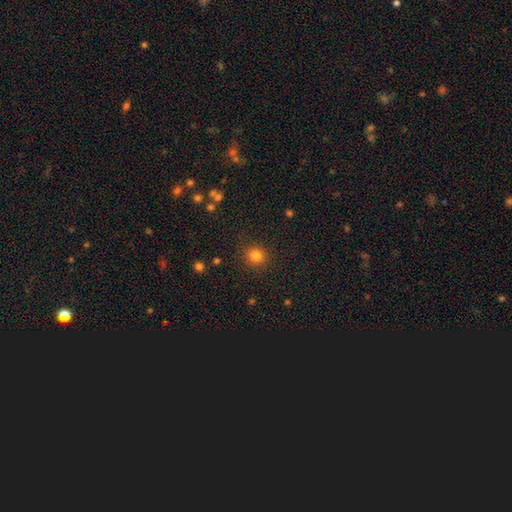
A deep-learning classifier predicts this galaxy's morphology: smooth-or-featured: smooth: 82% | star or artifact: 13% | featured or disk: 5%
  how-rounded: round: 89% | in between: 10% | cigar-shaped: 1%
  merging: none: 89% | minor disturbance: 7% | major disturbance: 3% | merger: 1%